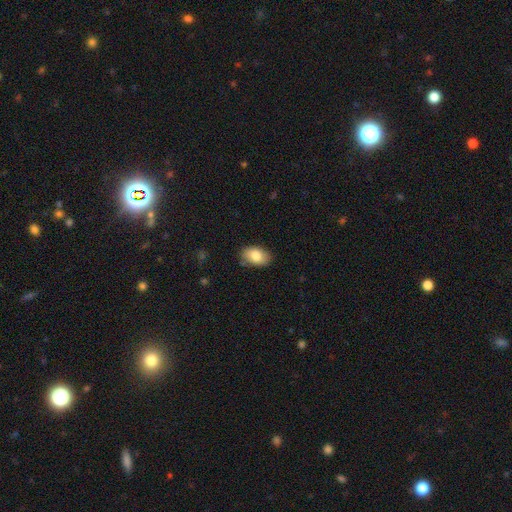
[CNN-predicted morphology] Smooth or featured? Predicted: smooth (p=0.83). How rounded? Predicted: in between (p=0.88). Merging? Predicted: none (p=0.81).